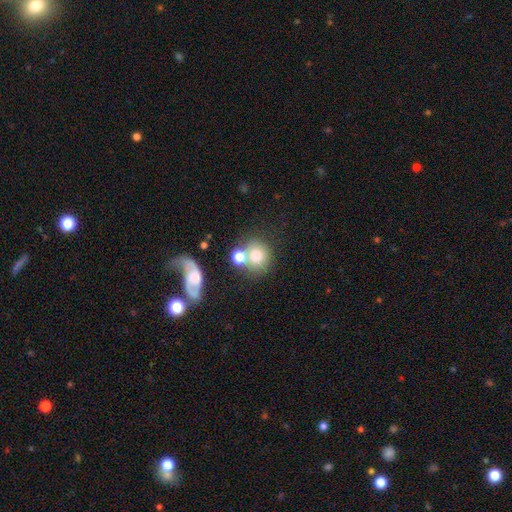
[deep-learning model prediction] Overall: smooth (72%). How rounded: round (82%). Merging: none (48%; merger 36%).